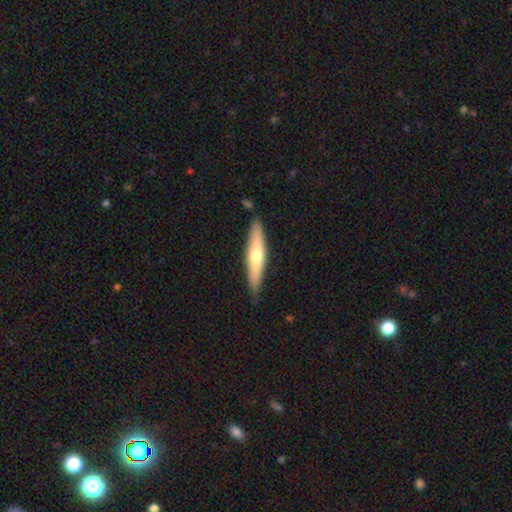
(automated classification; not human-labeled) Smooth or featured? Predicted: smooth (p=0.50). How rounded? Predicted: cigar-shaped (p=0.85). Merging? Predicted: none (p=0.84).